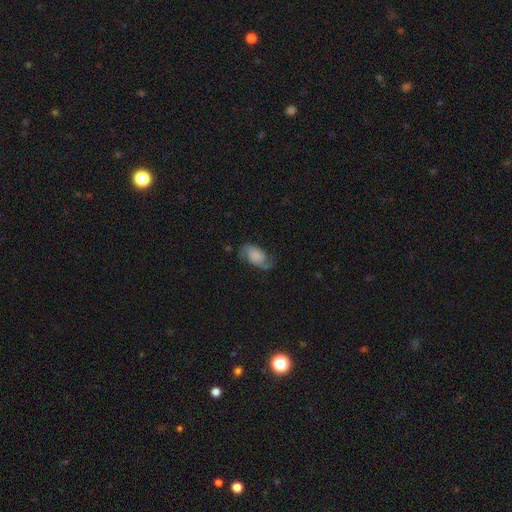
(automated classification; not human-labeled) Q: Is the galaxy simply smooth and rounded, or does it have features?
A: featured or disk — 66%.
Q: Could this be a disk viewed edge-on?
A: no — 97%.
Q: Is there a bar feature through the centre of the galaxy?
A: no — 68%.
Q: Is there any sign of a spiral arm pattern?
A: yes — 94%.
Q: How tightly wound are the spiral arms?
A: medium — 42%.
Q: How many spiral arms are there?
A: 2 — 89%.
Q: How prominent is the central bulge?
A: none — 45%.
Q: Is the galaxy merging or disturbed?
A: none — 67%.